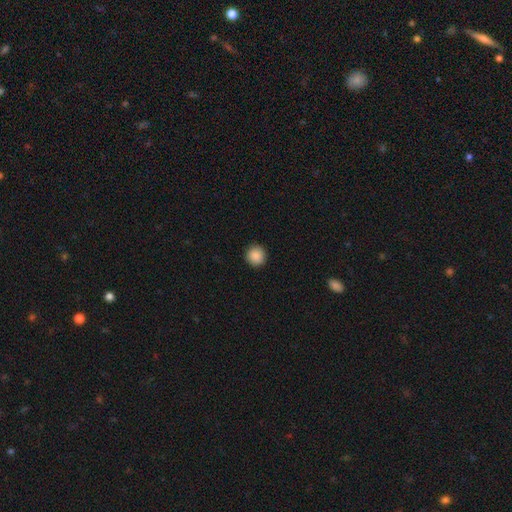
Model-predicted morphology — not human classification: The model was most divided on "smooth or featured": smooth: 88%, star or artifact: 9%, featured or disk: 3%. More confident: how rounded — round (95%); merging — none (92%).